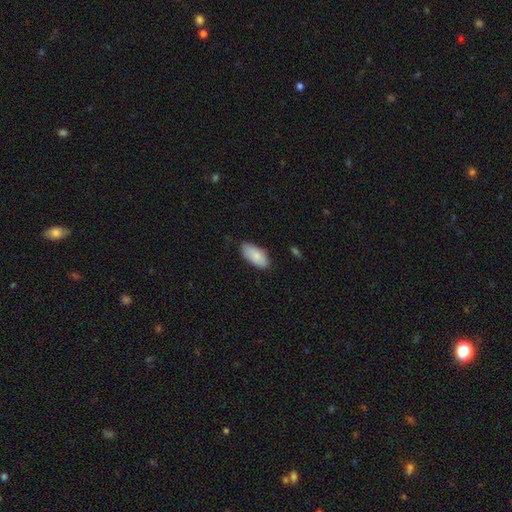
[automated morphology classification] type=smooth (85%); roundness=in between (92%); merging=none (79%).